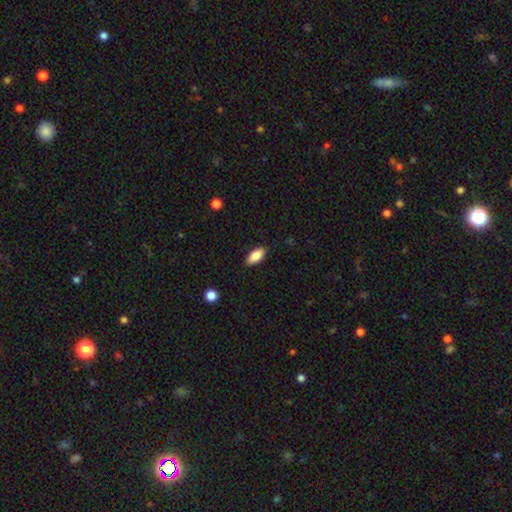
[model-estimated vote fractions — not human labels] A smooth galaxy with no disk features (84%) that is in between round and cigar-shaped (86%).

Vote fractions:
- Smooth or featured? smooth: 84% / featured or disk: 9% / star or artifact: 7%
- How rounded? in between: 86% / cigar-shaped: 12% / round: 2%
- Merging? none: 88% / minor disturbance: 9% / major disturbance: 2% / merger: 1%